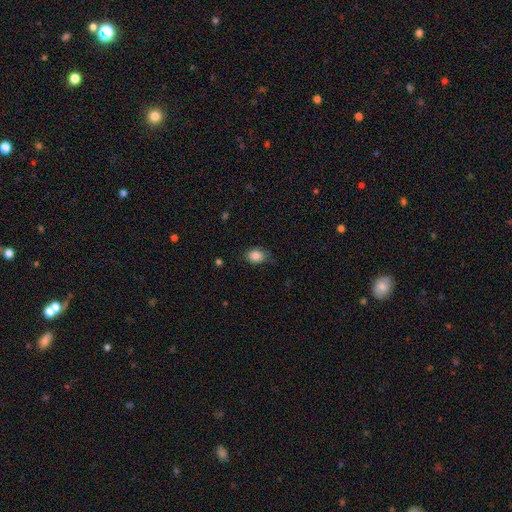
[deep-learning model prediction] This is clearly a smooth galaxy (85%). How rounded: possibly in between (56%). Merging: likely none (70%).